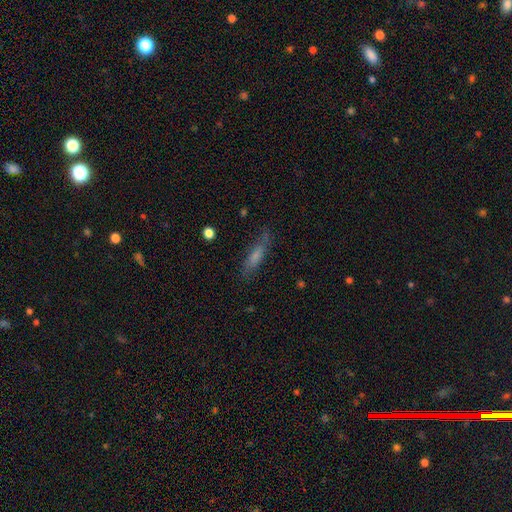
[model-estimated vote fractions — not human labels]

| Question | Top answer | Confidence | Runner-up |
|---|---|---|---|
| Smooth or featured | smooth | 58% | featured or disk (32%) |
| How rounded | cigar-shaped | 75% | in between (22%) |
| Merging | none | 74% | minor disturbance (18%) |